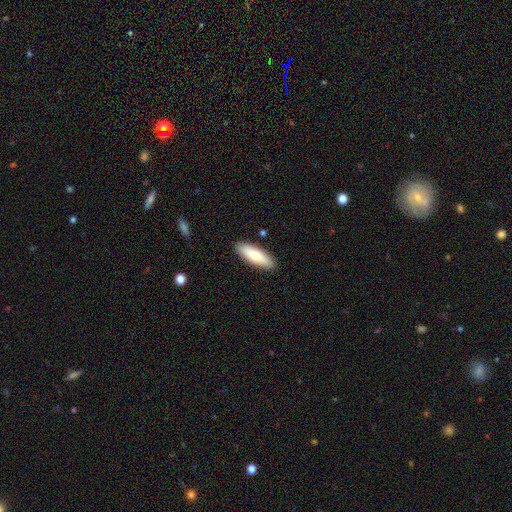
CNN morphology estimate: A smooth galaxy with no disk features (75%) that is in between round and cigar-shaped (56%). Merging: none (89%).